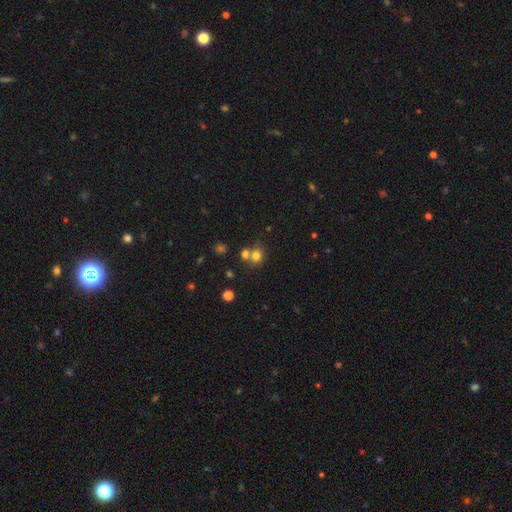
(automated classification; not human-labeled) A smooth galaxy with no disk features (76%) that is round (77%). Merging: none (50%).